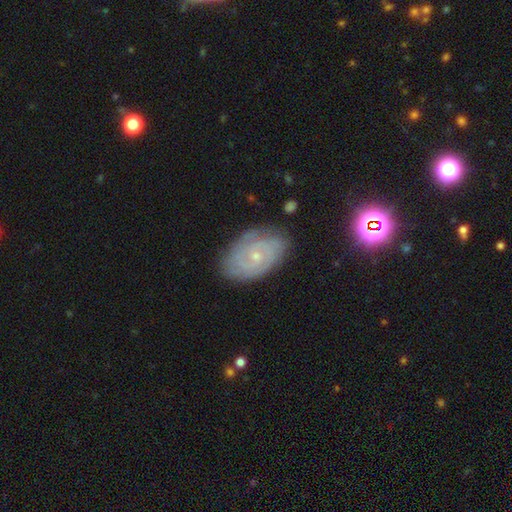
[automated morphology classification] Smooth or featured? featured or disk (79%)
Edge-on disk? no (96%)
Bar? no (75%)
Spiral arms? yes (94%)
Spiral winding? tight (72%)
Spiral arm count? can't tell (35%)
Bulge size? small (78%)
Merging? none (78%)